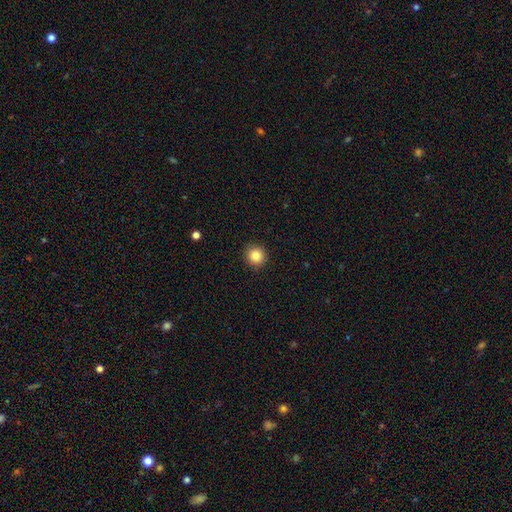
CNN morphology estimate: Smooth or featured? smooth (85%)
How rounded? round (95%)
Merging? none (92%)